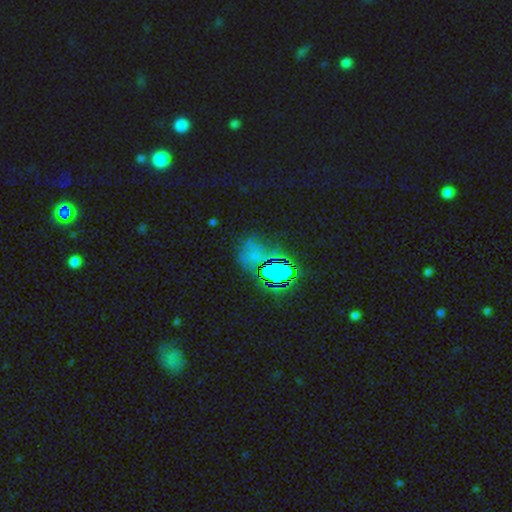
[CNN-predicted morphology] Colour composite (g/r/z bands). It shows a star or artifact, not a galaxy (56%).